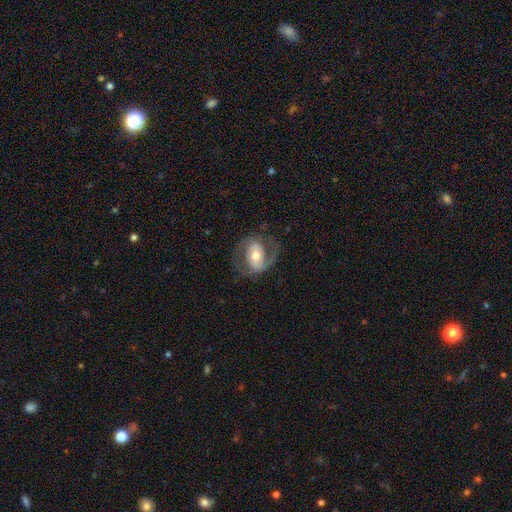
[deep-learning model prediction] smooth-or-featured: featured or disk: 70% | smooth: 24% | star or artifact: 6%
  disk-edge-on: no: 96% | yes: 4%
    bar: no: 37% | weak: 34% | strong: 29%
    has-spiral-arms: yes: 76% | no: 24%
      spiral-winding: medium: 49% | tight: 27% | loose: 23%
      spiral-arm-count: 2: 76% | 1: 12% | can't tell: 9% | 3: 1% | 4: 1% | more than 4: 1%
    bulge-size: moderate: 66% | small: 22% | large: 10% | dominant: 1% | none: 1%
  merging: none: 66% | minor disturbance: 17% | major disturbance: 16% | merger: 1%